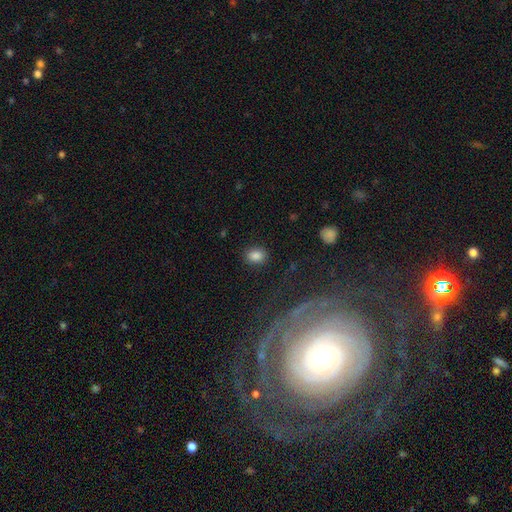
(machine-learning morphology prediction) Smooth or featured?
  - smooth: 85% *
  - star or artifact: 10%
  - featured or disk: 5%
How rounded?
  - in between: 56% *
  - round: 42%
  - cigar-shaped: 1%
Merging?
  - none: 86% *
  - minor disturbance: 9%
  - major disturbance: 3%
  - merger: 1%